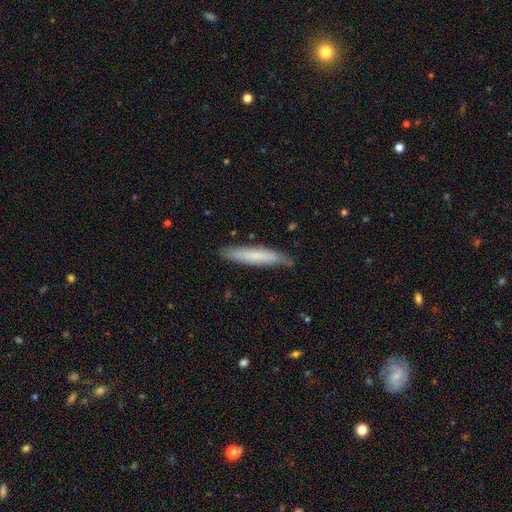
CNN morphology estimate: Overall: smooth (71%). How rounded: cigar-shaped (91%). Merging: none (82%).